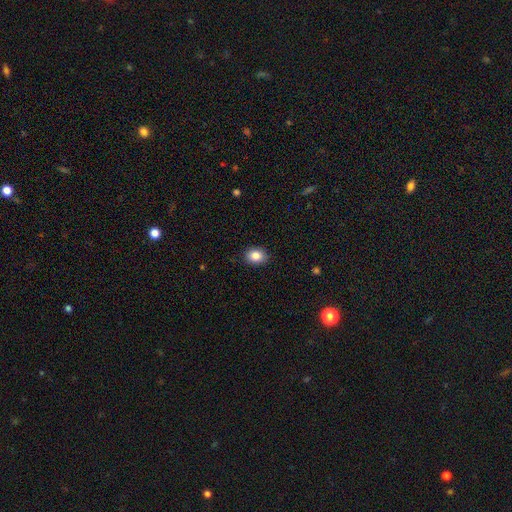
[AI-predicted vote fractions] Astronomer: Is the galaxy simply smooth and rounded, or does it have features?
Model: smooth — 85%.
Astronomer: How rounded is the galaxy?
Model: in between — 54% (runner-up: round, 45%).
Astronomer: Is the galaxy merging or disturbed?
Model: none — 89%.